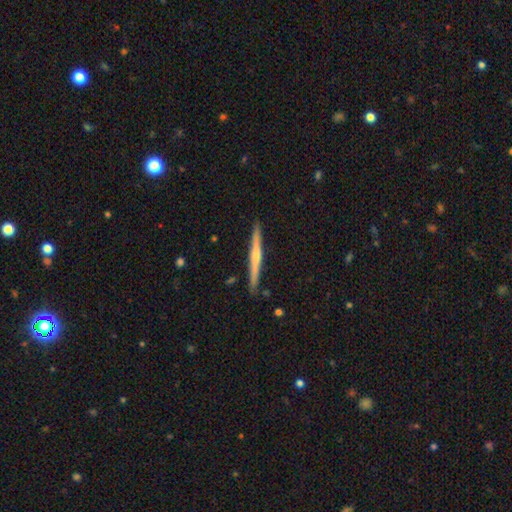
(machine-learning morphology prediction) A featured or disk galaxy (65%) viewed edge-on (98%) with a rounded central bulge (67%). Merging: none (91%).